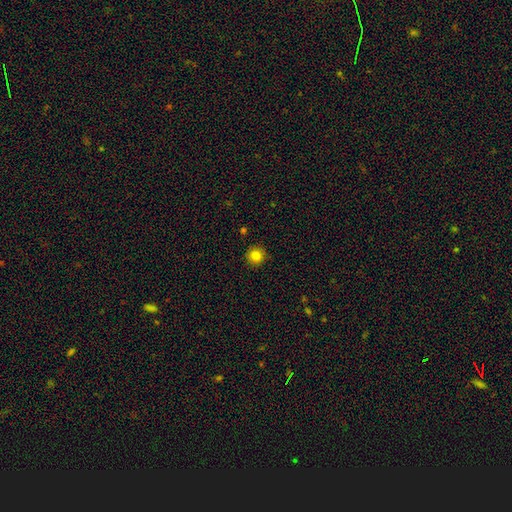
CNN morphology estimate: This appears to be a smooth galaxy with no disk features (84%) that is round (94%). Merging: none (91%).